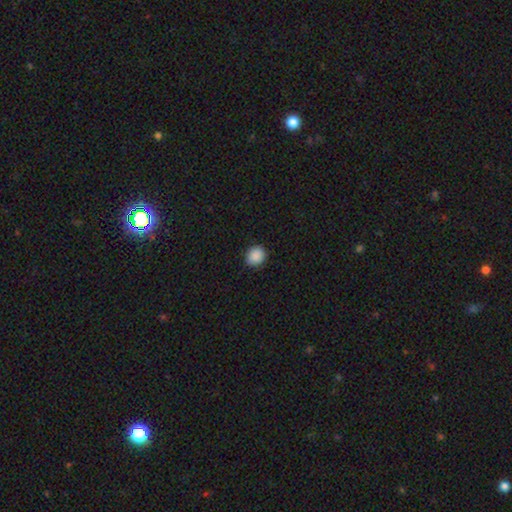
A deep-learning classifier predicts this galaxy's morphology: Smooth or featured? Predicted: smooth (p=0.89). How rounded? Predicted: round (p=0.68). Merging? Predicted: none (p=0.87).